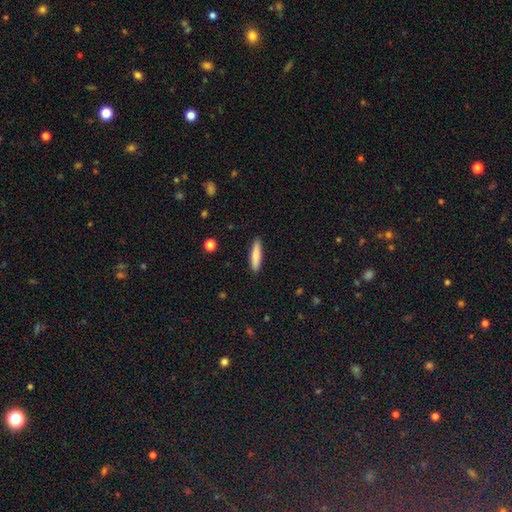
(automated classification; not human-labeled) A smooth galaxy with no disk features (81%) that is cigar-shaped (82%). Merging: none (90%).